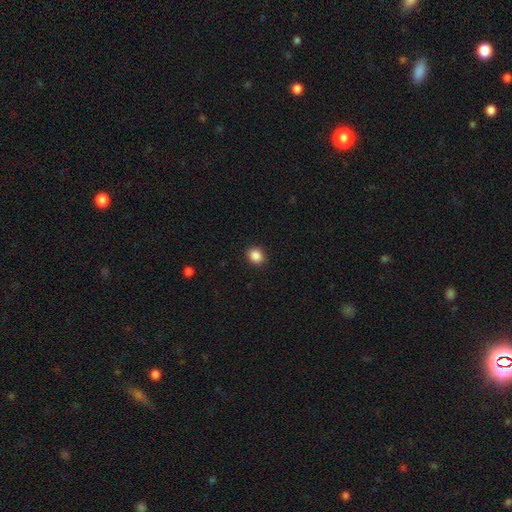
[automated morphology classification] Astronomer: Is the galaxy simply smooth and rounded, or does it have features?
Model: smooth — 88%.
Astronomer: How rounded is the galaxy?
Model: round — 63%.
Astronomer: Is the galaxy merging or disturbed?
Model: none — 91%.